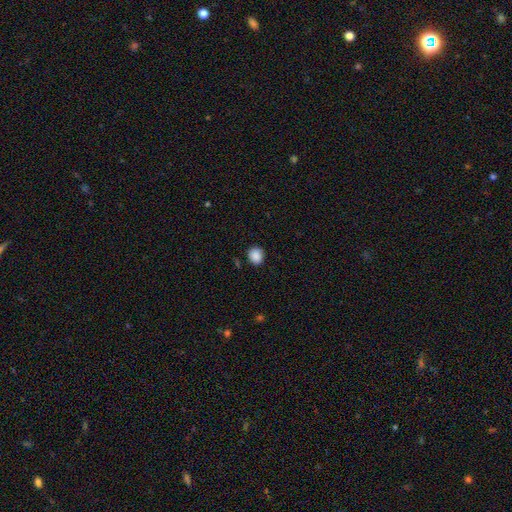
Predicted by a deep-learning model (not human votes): Q: Smooth or featured?
A: smooth (88%); runner-up: star or artifact (9%)
Q: How rounded?
A: round (78%); runner-up: in between (21%)
Q: Merging?
A: none (88%); runner-up: minor disturbance (8%)